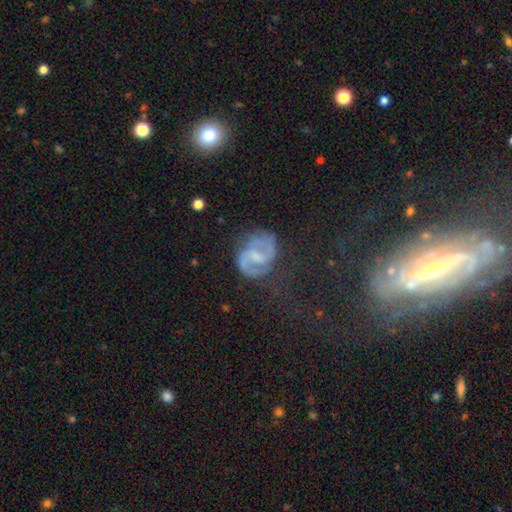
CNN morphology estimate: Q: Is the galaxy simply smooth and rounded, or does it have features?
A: featured or disk — 81%.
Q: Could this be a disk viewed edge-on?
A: no — 98%.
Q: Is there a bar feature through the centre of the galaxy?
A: weak — 54%.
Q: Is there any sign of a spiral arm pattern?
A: yes — 93%.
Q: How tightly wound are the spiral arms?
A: medium — 54%.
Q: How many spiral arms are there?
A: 2 — 90%.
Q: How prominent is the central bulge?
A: small — 38%.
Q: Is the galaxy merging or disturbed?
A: none — 71%.